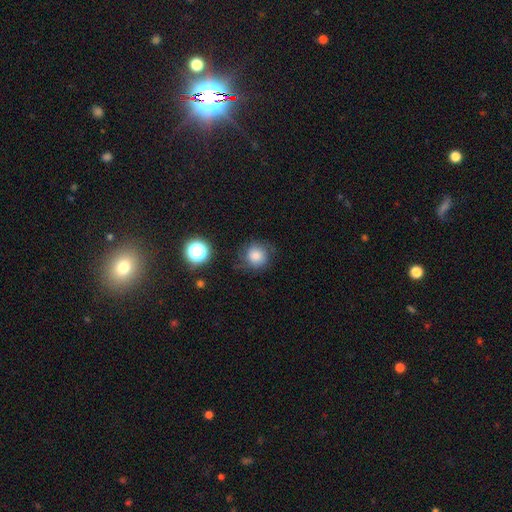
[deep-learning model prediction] This appears to be a smooth galaxy with no disk features (72%) that is round (90%). Merging: none (71%).